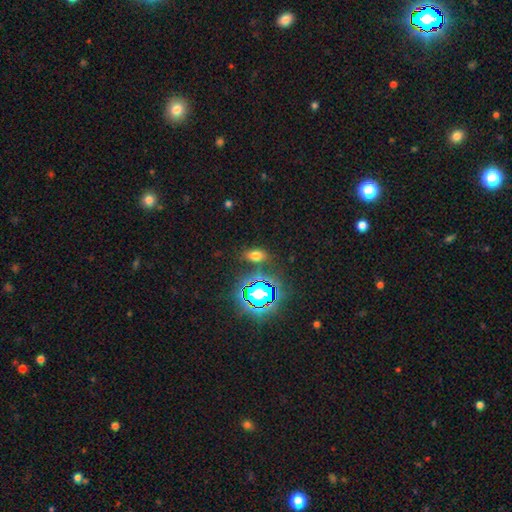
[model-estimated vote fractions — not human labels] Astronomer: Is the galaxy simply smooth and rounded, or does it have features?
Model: smooth — 61%.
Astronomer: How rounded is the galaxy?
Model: in between — 84%.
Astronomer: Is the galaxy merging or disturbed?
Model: none — 79%.